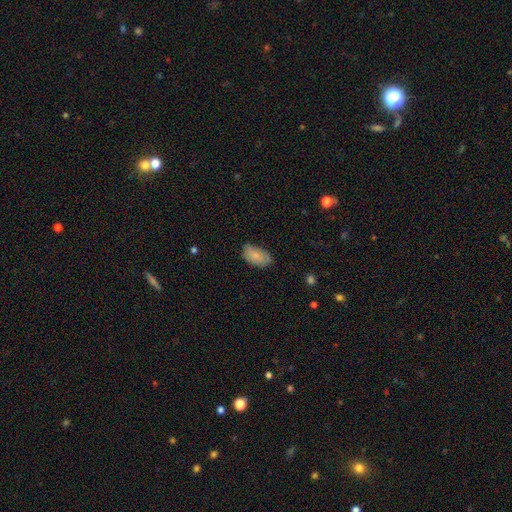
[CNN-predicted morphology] Overall: smooth (83%). How rounded: in between (94%). Merging: none (66%; minor disturbance 28%).